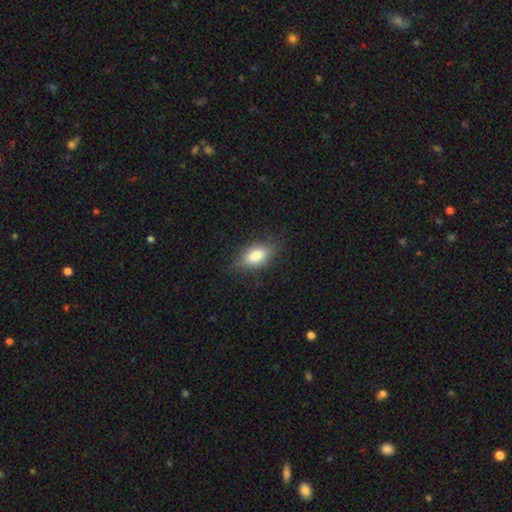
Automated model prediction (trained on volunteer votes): This appears to be a smooth galaxy with no disk features (76%) that is in between round and cigar-shaped (82%). Merging: none (74%).